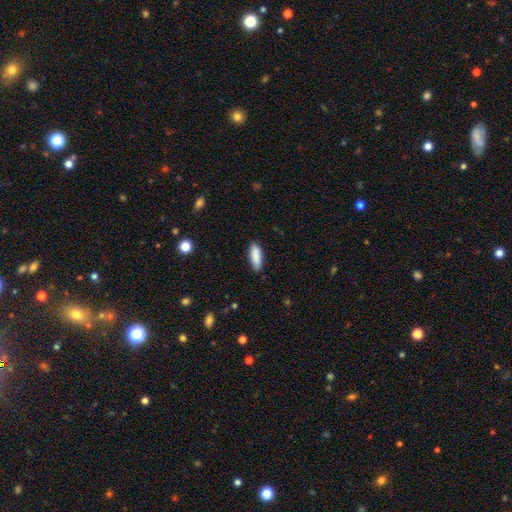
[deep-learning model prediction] Q: Smooth or featured?
A: smooth (89%); runner-up: star or artifact (6%)
Q: How rounded?
A: in between (59%); runner-up: cigar-shaped (40%)
Q: Merging?
A: none (86%); runner-up: minor disturbance (11%)